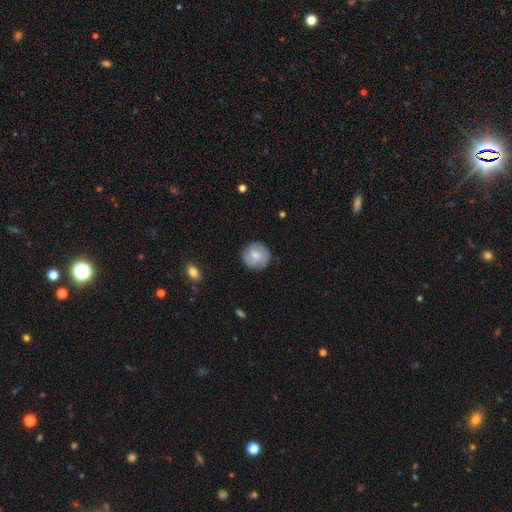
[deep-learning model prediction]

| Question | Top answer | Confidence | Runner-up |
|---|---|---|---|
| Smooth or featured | smooth | 62% | featured or disk (31%) |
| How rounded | round | 92% | in between (7%) |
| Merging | none | 82% | minor disturbance (13%) |